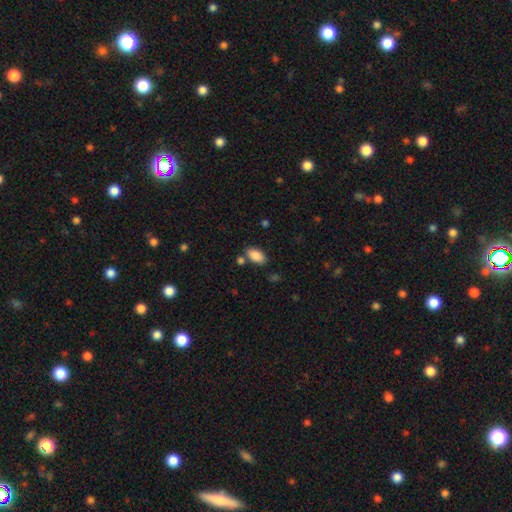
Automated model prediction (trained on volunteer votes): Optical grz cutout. It shows a smooth galaxy with no disk features (88%) that is in between round and cigar-shaped (93%). Merging: none (75%).